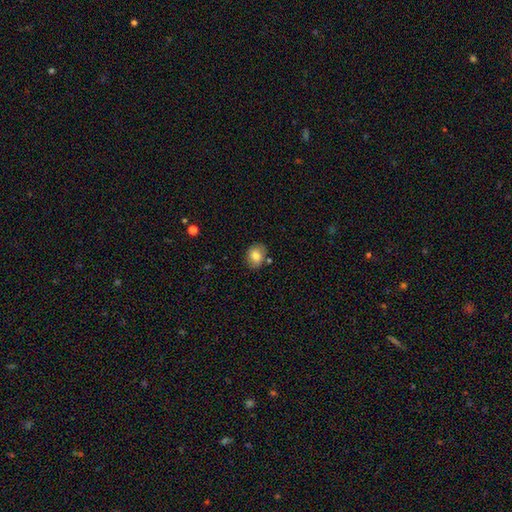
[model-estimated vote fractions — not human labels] Q: Smooth or featured?
A: smooth (82%); runner-up: featured or disk (10%)
Q: How rounded?
A: in between (50%); runner-up: round (49%)
Q: Merging?
A: none (78%); runner-up: minor disturbance (14%)